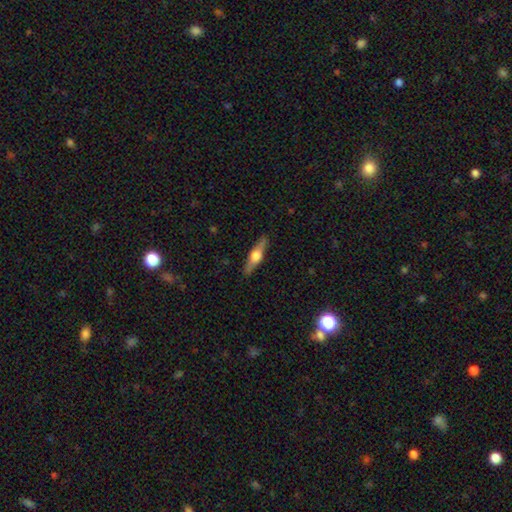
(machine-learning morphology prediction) type=featured or disk (60%); edge-on=yes (95%); edge-on bulge=rounded (93%); merging=none (89%).